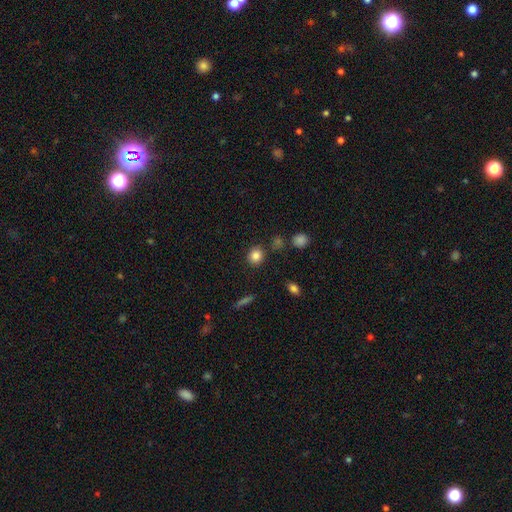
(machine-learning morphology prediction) Q: Smooth or featured?
A: smooth (84%); runner-up: star or artifact (10%)
Q: How rounded?
A: round (84%); runner-up: in between (14%)
Q: Merging?
A: none (84%); runner-up: minor disturbance (8%)